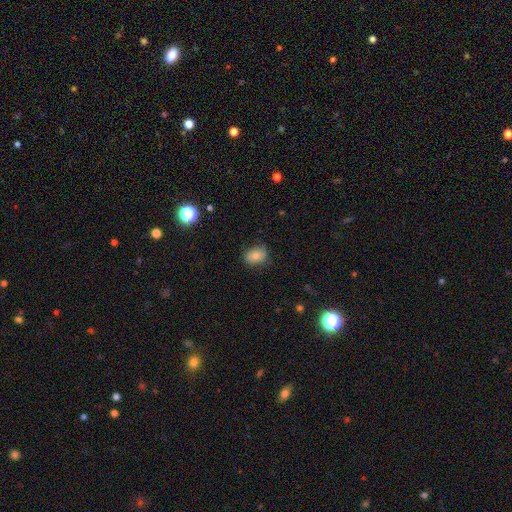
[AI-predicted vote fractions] This is likely a smooth galaxy (78%). How rounded: likely in between (69%). Merging: likely none (80%).